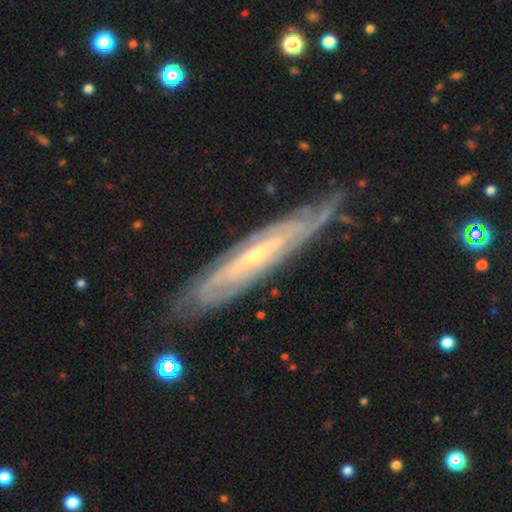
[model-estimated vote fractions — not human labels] Q: Smooth or featured?
A: featured or disk (86%); runner-up: smooth (9%)
Q: Edge-on disk?
A: no (66%); runner-up: yes (34%)
Q: Bar?
A: no (39%); runner-up: weak (33%)
Q: Spiral arms?
A: yes (93%); runner-up: no (7%)
Q: Spiral winding?
A: tight (68%); runner-up: medium (25%)
Q: Spiral arm count?
A: can't tell (43%); runner-up: 2 (25%)
Q: Bulge size?
A: small (72%); runner-up: moderate (24%)
Q: Merging?
A: none (73%); runner-up: minor disturbance (19%)